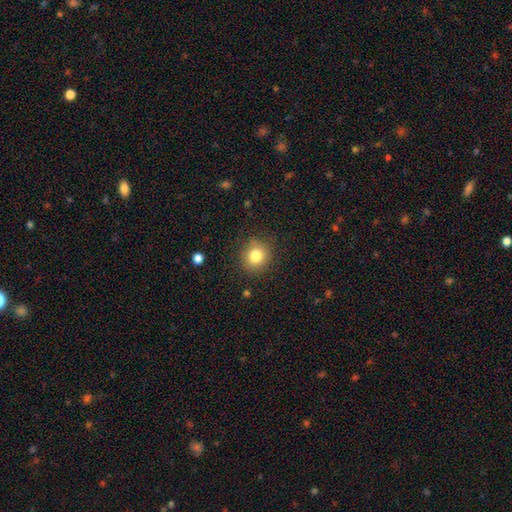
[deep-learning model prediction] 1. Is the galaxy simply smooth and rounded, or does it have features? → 81% smooth, 11% star or artifact, 8% featured or disk.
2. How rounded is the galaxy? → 84% round, 15% in between, 1% cigar-shaped.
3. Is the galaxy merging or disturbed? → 87% none, 9% minor disturbance, 3% major disturbance, 1% merger.